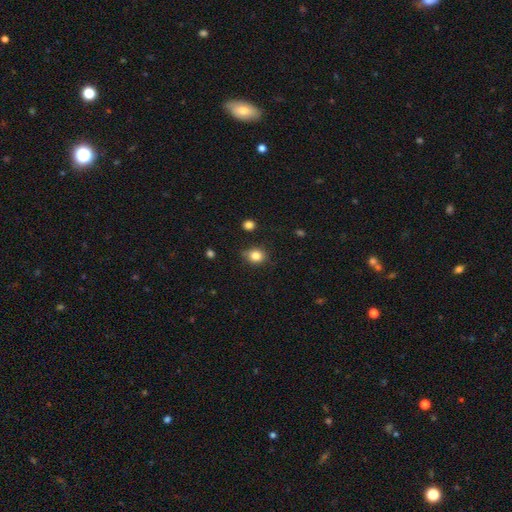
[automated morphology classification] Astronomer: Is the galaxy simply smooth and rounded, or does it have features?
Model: smooth — 84%.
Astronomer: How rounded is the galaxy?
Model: round — 63%.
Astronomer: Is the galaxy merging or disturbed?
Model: none — 77%.